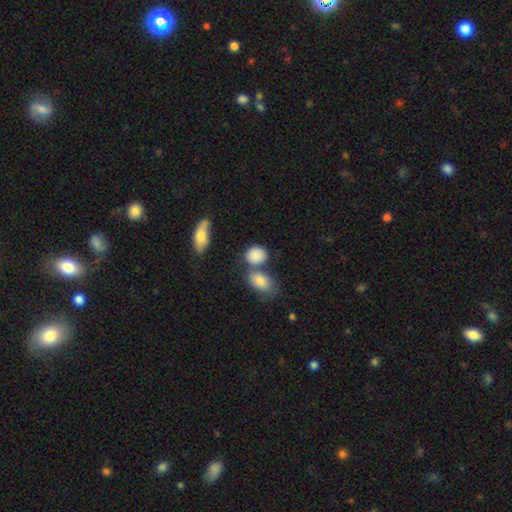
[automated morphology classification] This is clearly a smooth galaxy (87%). How rounded: possibly round (55%). Merging: possibly none (54%).